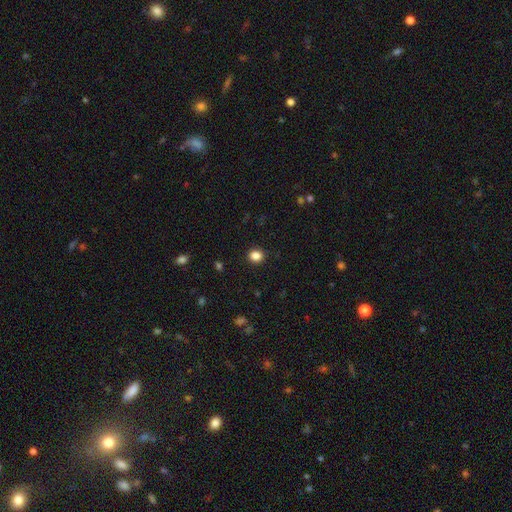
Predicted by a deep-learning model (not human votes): A smooth galaxy with no disk features (85%) that is round (72%).

Vote fractions:
- Smooth or featured? smooth: 85% / star or artifact: 11% / featured or disk: 4%
- How rounded? round: 72% / in between: 27% / cigar-shaped: 1%
- Merging? none: 91% / minor disturbance: 6% / major disturbance: 2% / merger: 1%